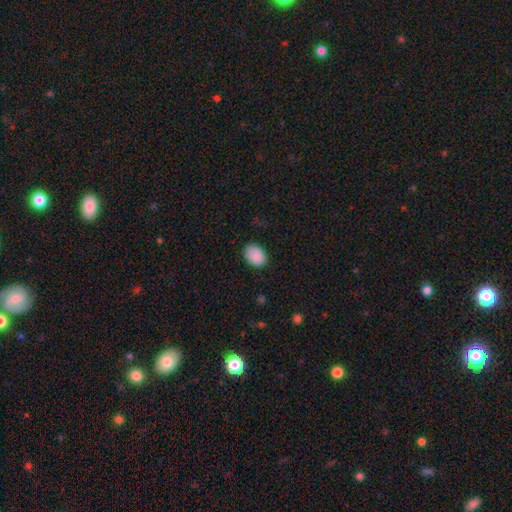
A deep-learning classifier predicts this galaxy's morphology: Smooth or featured? smooth (89%)
How rounded? in between (72%)
Merging? none (84%)